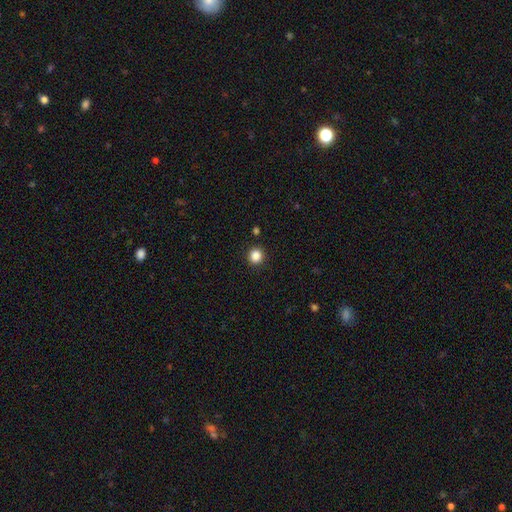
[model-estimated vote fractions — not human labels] Smooth or featured?
  - smooth: 86% *
  - star or artifact: 11%
  - featured or disk: 3%
How rounded?
  - round: 89% *
  - in between: 10%
  - cigar-shaped: 1%
Merging?
  - none: 91% *
  - minor disturbance: 5%
  - major disturbance: 2%
  - merger: 2%